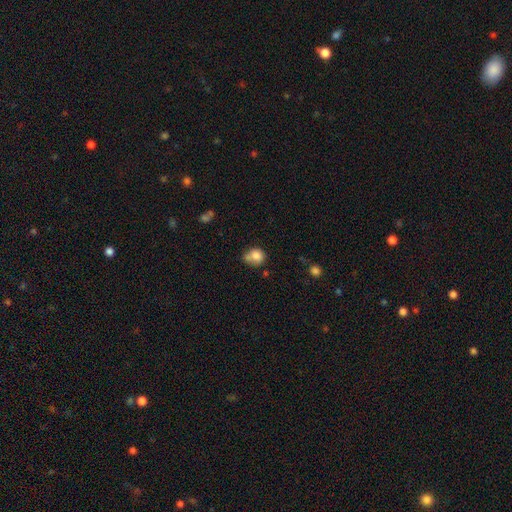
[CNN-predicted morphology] smooth_or_featured: smooth (p=0.80) [alt: star or artifact p=0.10]
how_rounded: round (p=0.69) [alt: in between p=0.30]
merging: none (p=0.44) [alt: minor disturbance p=0.26]